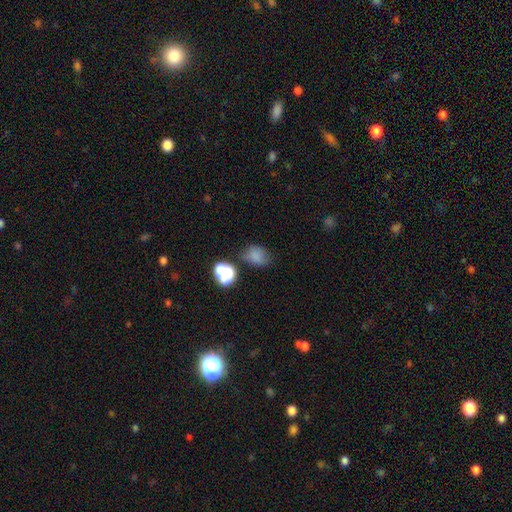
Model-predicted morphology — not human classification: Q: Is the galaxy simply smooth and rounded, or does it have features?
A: smooth — 73%.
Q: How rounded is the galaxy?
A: in between — 64%.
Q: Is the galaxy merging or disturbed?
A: none — 57%.